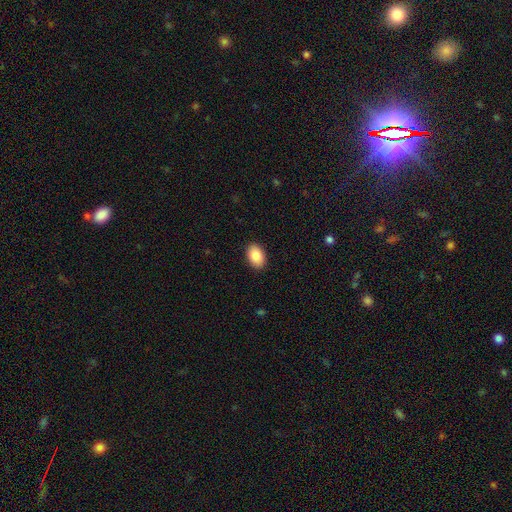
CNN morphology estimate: A smooth galaxy with no disk features (88%) that is in between round and cigar-shaped (90%). Merging: none (90%).